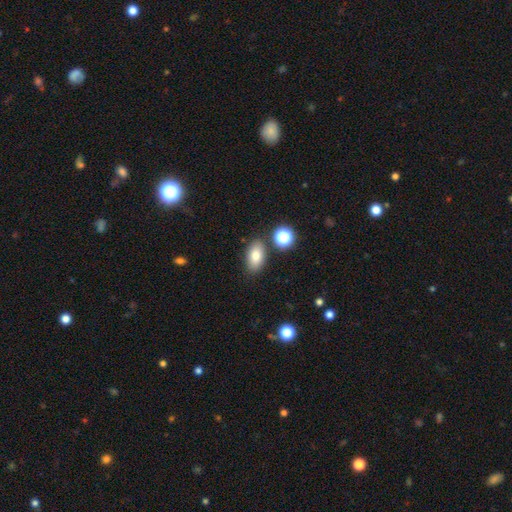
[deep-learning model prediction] This is likely a smooth galaxy (79%). How rounded: clearly in between (89%). Merging: clearly none (81%).